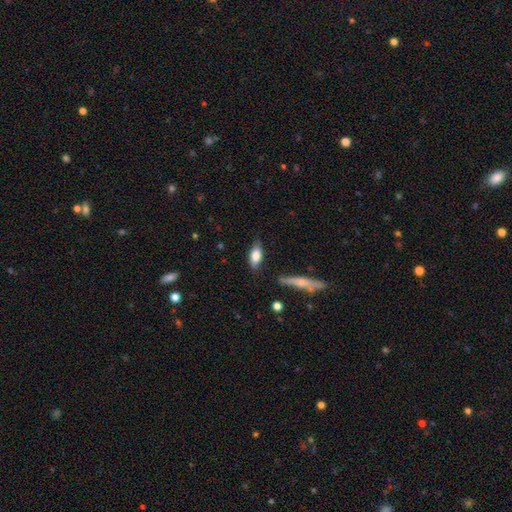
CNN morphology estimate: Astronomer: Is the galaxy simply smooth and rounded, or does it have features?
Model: smooth — 70%.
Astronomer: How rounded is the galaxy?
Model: in between — 76%.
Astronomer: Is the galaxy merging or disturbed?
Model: none — 80%.